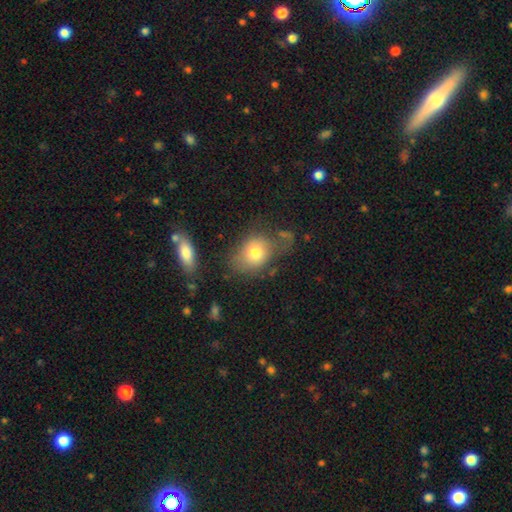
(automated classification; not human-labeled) Morphology: type=smooth (75%); roundness=in between (64%); merging=none (53%).